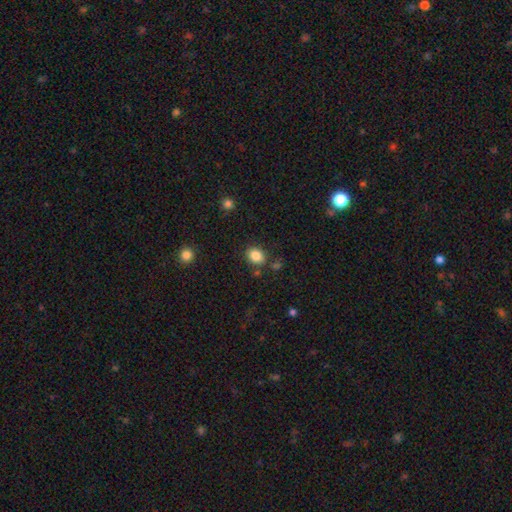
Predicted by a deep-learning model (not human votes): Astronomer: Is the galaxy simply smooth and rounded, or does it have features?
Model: smooth — 86%.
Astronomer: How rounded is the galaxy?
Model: in between — 57% (runner-up: round, 42%).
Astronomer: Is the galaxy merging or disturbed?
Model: none — 81%.